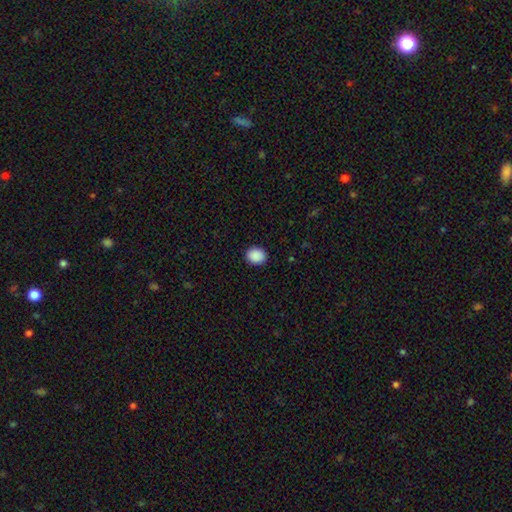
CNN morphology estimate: This appears to be a smooth galaxy with no disk features (90%) that is round (57%). Merging: none (90%).